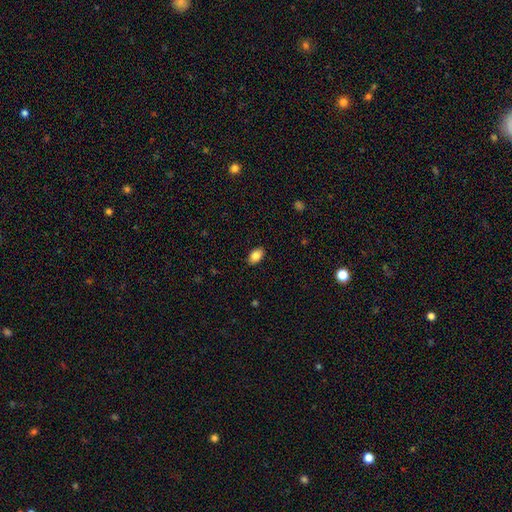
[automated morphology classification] smooth_or_featured: smooth (p=0.85) [alt: star or artifact p=0.08]
how_rounded: in between (p=0.90) [alt: round p=0.09]
merging: none (p=0.88) [alt: minor disturbance p=0.09]